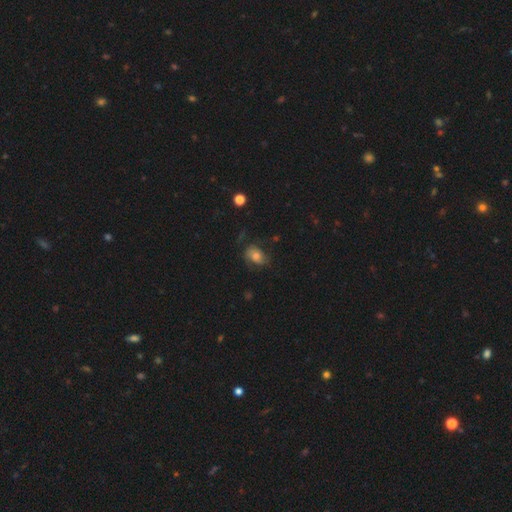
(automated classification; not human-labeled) Smooth or featured? smooth (53%)
How rounded? in between (69%)
Merging? none (56%)